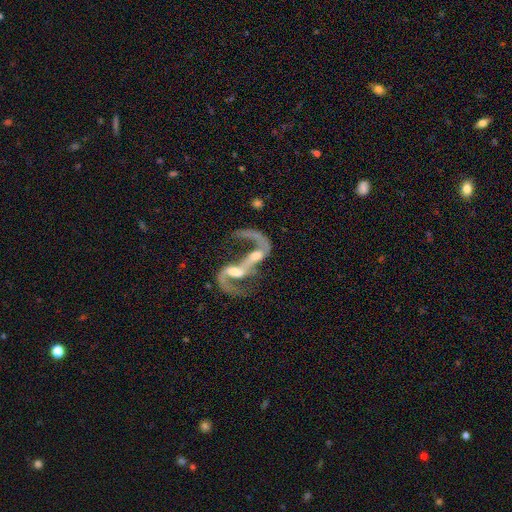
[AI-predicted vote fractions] smooth-or-featured: featured or disk: 78% | smooth: 13% | star or artifact: 9%
  disk-edge-on: no: 95% | yes: 5%
    bar: no: 48% | weak: 32% | strong: 20%
    has-spiral-arms: yes: 76% | no: 24%
      spiral-winding: loose: 81% | medium: 15% | tight: 4%
      spiral-arm-count: 2: 61% | 1: 28% | can't tell: 7% | 3: 2% | 4: 1% | more than 4: 1%
    bulge-size: moderate: 45% | small: 24% | none: 19% | large: 9% | dominant: 2%
  merging: merger: 67% | major disturbance: 16% | none: 12% | minor disturbance: 5%